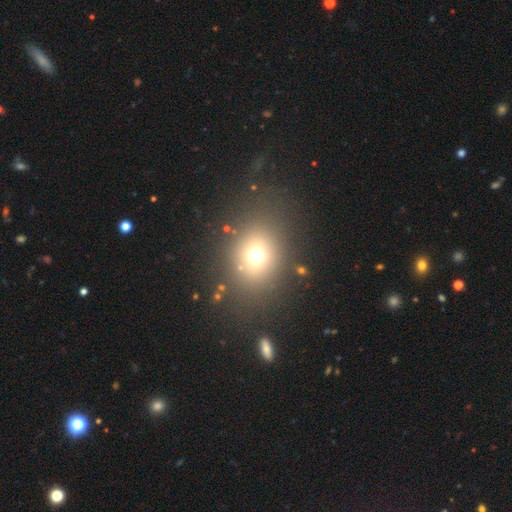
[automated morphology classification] smooth-or-featured: smooth: 67% | star or artifact: 21% | featured or disk: 12%
  how-rounded: round: 64% | in between: 34% | cigar-shaped: 1%
  merging: none: 80% | minor disturbance: 10% | major disturbance: 7% | merger: 3%